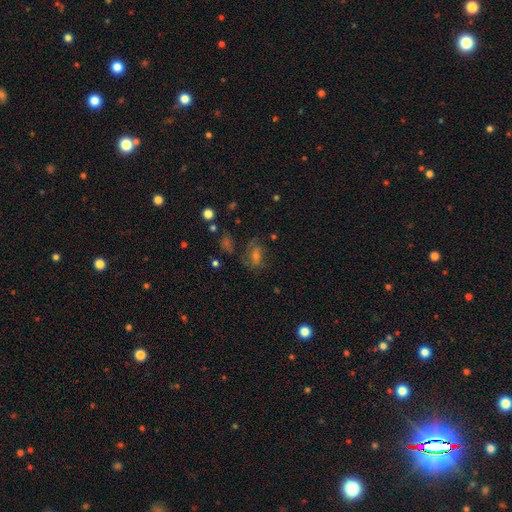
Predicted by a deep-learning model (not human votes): featured or disk 42%, smooth 32%, star or artifact 26%. Down the decision tree: merging — none (60%).